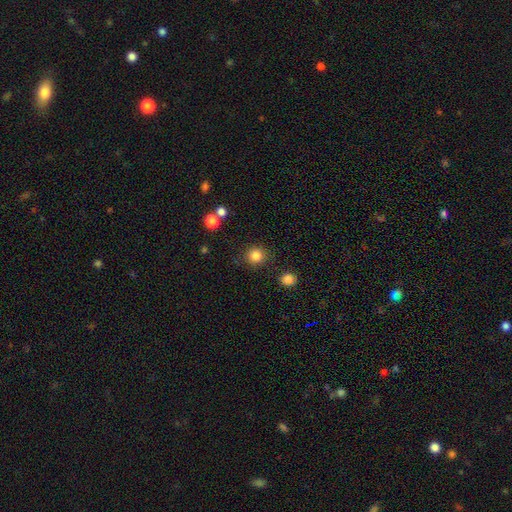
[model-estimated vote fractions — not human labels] A smooth galaxy with no disk features (85%) that is round (92%). Merging: none (87%).